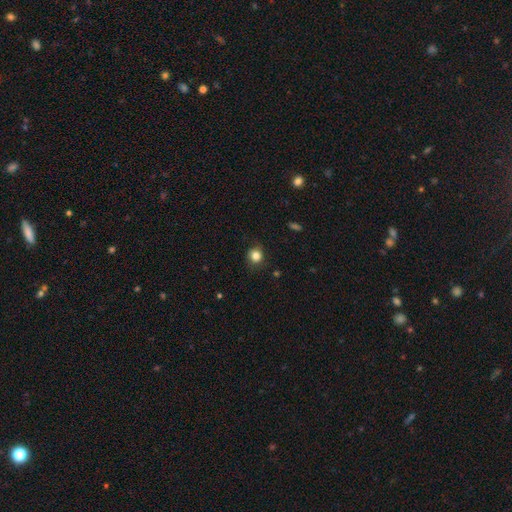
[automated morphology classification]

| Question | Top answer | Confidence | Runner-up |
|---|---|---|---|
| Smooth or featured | smooth | 83% | star or artifact (11%) |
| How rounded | round | 85% | in between (14%) |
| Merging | none | 85% | minor disturbance (11%) |